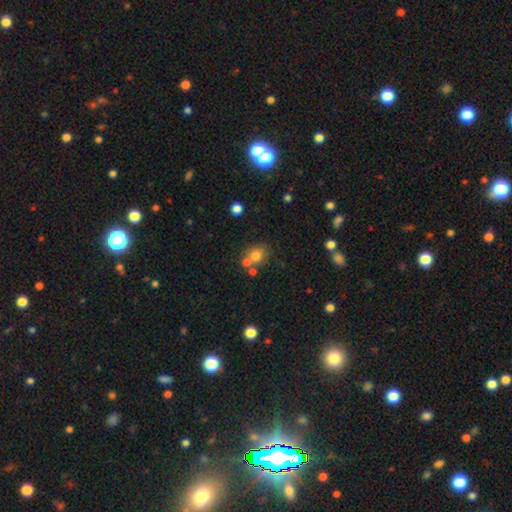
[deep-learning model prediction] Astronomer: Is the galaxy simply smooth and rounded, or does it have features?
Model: smooth — 74%.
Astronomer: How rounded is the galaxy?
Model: round — 71%.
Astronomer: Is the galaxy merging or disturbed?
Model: none — 56%.